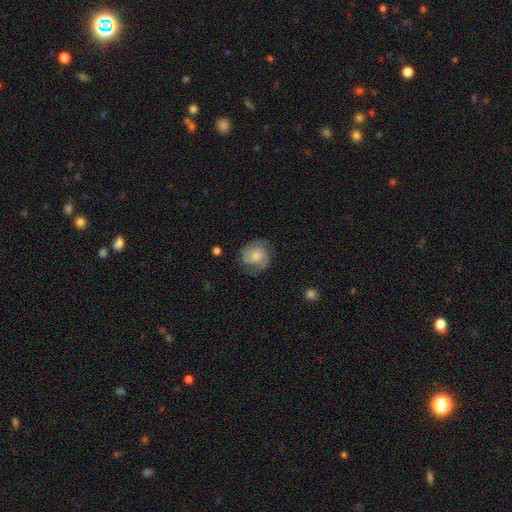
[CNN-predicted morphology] featured or disk 56%, smooth 37%, star or artifact 8%. Down the decision tree: edge-on disk — no (98%); bar — no (76%); spiral arms — yes (87%); bulge size — small (49%); merging — none (64%).